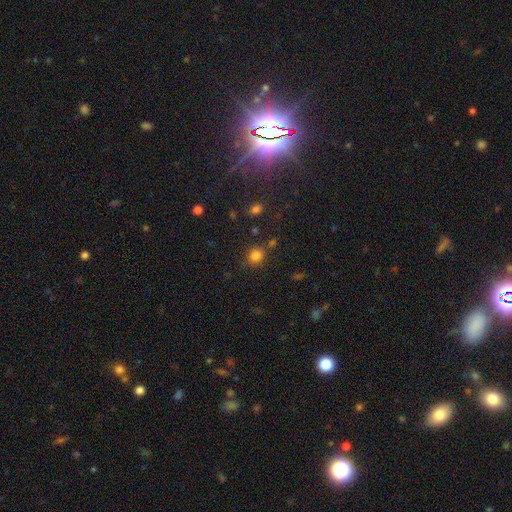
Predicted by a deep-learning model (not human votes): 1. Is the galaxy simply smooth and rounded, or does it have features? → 82% smooth, 13% star or artifact, 5% featured or disk.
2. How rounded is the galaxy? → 79% round, 20% in between, 1% cigar-shaped.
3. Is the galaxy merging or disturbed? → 77% none, 11% minor disturbance, 8% merger, 4% major disturbance.